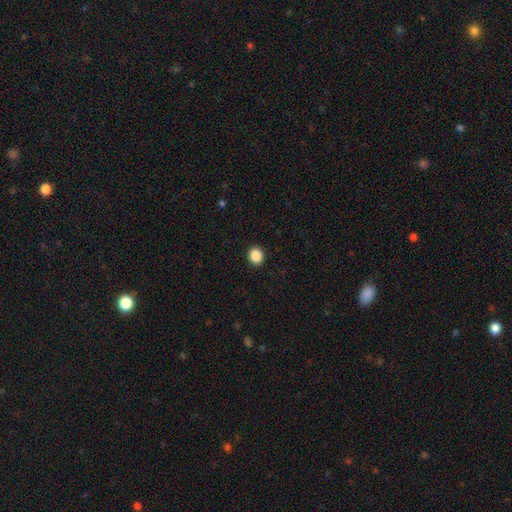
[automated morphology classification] smooth 88%, star or artifact 9%, featured or disk 3%. Down the decision tree: how rounded — round (76%); merging — none (93%).